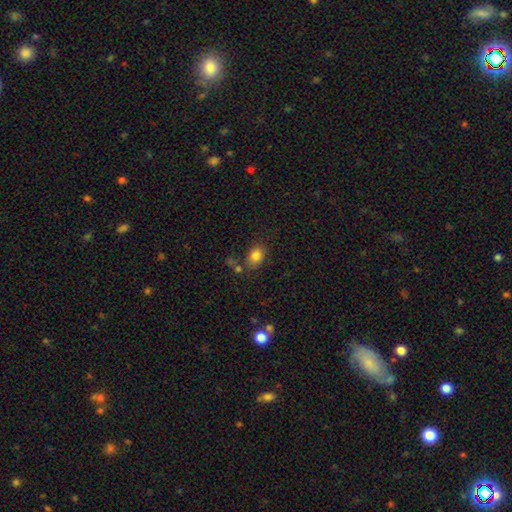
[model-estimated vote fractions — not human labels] smooth_or_featured: smooth (p=0.82) [alt: star or artifact p=0.11]
how_rounded: in between (p=0.73) [alt: round p=0.26]
merging: none (p=0.69) [alt: minor disturbance p=0.15]